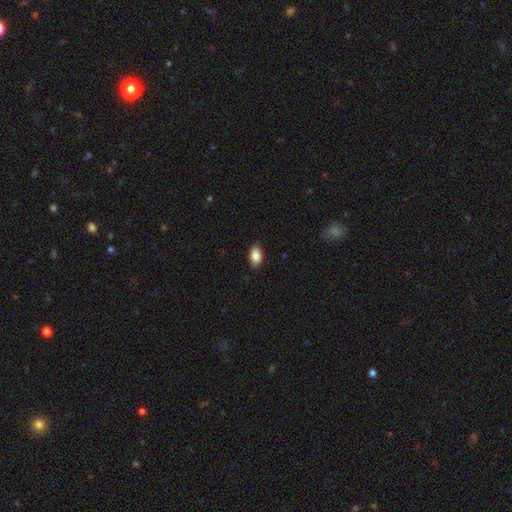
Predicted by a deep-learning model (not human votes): Smooth or featured? Predicted: smooth (p=0.87). How rounded? Predicted: in between (p=0.92). Merging? Predicted: none (p=0.88).